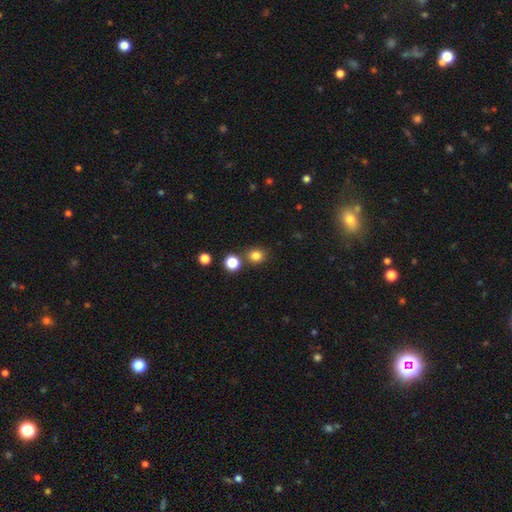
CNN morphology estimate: smooth_or_featured: smooth (p=0.81) [alt: star or artifact p=0.14]
how_rounded: round (p=0.79) [alt: in between p=0.20]
merging: none (p=0.77) [alt: merger p=0.11]